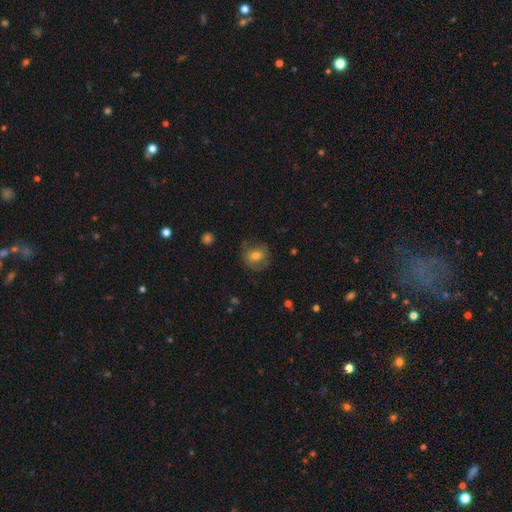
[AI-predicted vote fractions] Smooth or featured?
  - smooth: 66% *
  - featured or disk: 23%
  - star or artifact: 10%
How rounded?
  - round: 73% *
  - in between: 26%
  - cigar-shaped: 1%
Merging?
  - none: 73% *
  - minor disturbance: 18%
  - major disturbance: 7%
  - merger: 1%